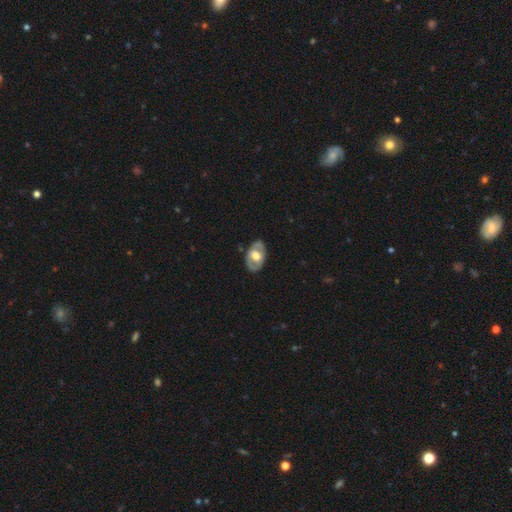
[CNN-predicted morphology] Smooth or featured? Predicted: featured or disk (p=0.56). Edge-on disk? Predicted: no (p=0.90). Bar? Predicted: no (p=0.67). Spiral arms? Predicted: no (p=0.70). Bulge size? Predicted: moderate (p=0.49). Merging? Predicted: none (p=0.75).